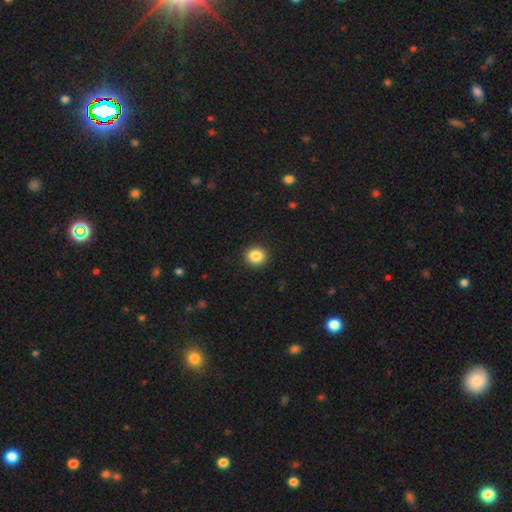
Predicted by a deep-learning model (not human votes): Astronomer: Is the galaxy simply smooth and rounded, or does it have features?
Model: smooth — 86%.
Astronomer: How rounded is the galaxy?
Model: round — 86%.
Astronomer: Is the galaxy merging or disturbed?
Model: none — 92%.